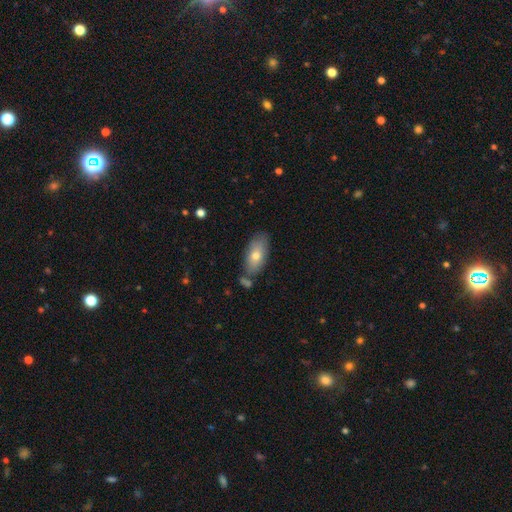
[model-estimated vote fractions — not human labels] Morphology: type=smooth (72%); roundness=in between (90%); merging=none (67%).